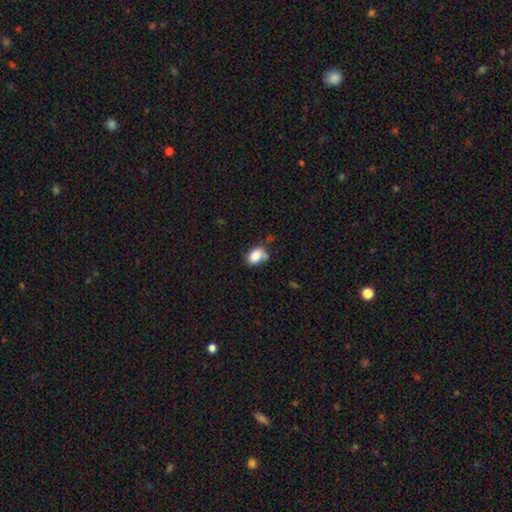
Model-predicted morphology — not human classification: smooth-or-featured: smooth: 84% | star or artifact: 9% | featured or disk: 8%
  how-rounded: in between: 79% | round: 19% | cigar-shaped: 1%
  merging: none: 50% | minor disturbance: 29% | merger: 12% | major disturbance: 8%